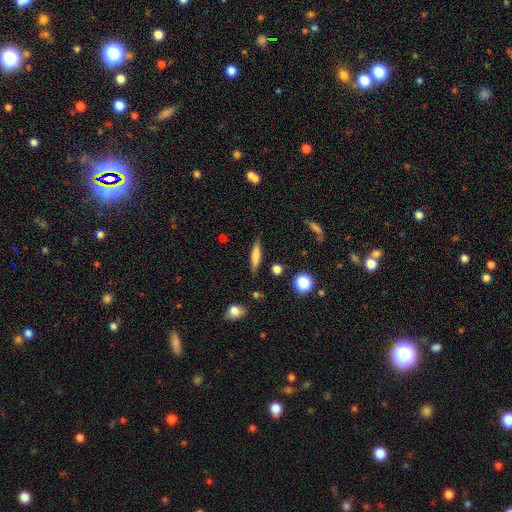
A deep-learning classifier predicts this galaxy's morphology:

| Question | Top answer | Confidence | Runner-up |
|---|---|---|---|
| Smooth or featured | smooth | 63% | featured or disk (29%) |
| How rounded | cigar-shaped | 80% | in between (18%) |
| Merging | none | 83% | minor disturbance (12%) |